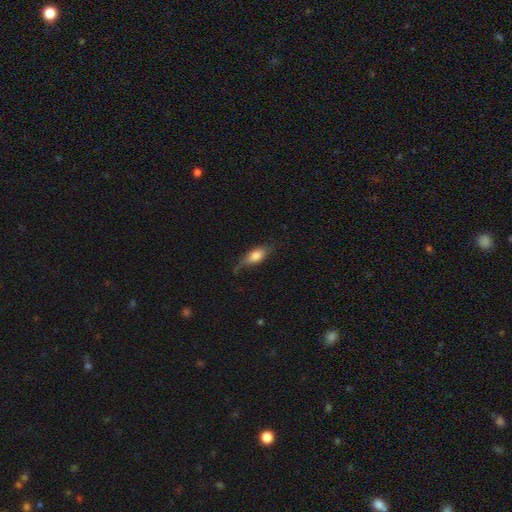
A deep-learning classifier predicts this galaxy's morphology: A smooth galaxy with no disk features (72%) that is in between round and cigar-shaped (76%).

Vote fractions:
- Smooth or featured? smooth: 72% / featured or disk: 21% / star or artifact: 7%
- How rounded? in between: 76% / cigar-shaped: 20% / round: 4%
- Merging? none: 56% / minor disturbance: 31% / major disturbance: 11% / merger: 2%